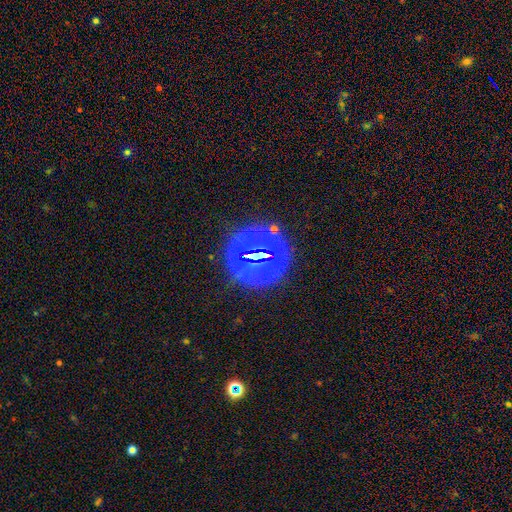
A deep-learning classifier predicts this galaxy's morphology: This is likely a star or artifact rather than a galaxy (75%).